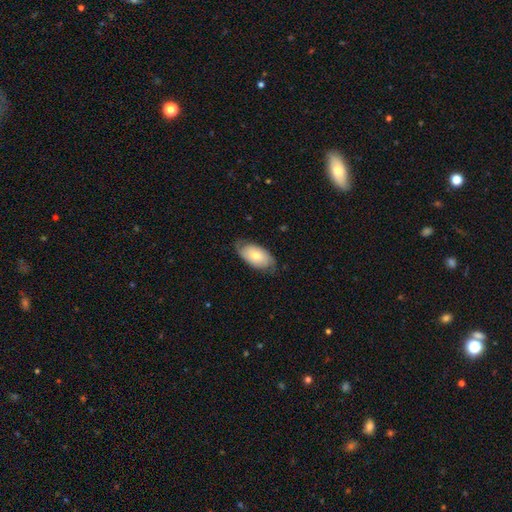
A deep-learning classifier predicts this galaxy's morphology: Smooth or featured? smooth (60%)
How rounded? in between (93%)
Merging? none (70%)